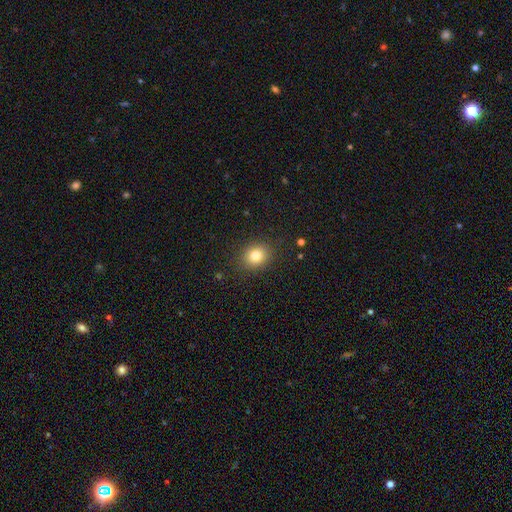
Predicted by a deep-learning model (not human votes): Smooth or featured? Predicted: smooth (p=0.80). How rounded? Predicted: round (p=0.66). Merging? Predicted: none (p=0.88).